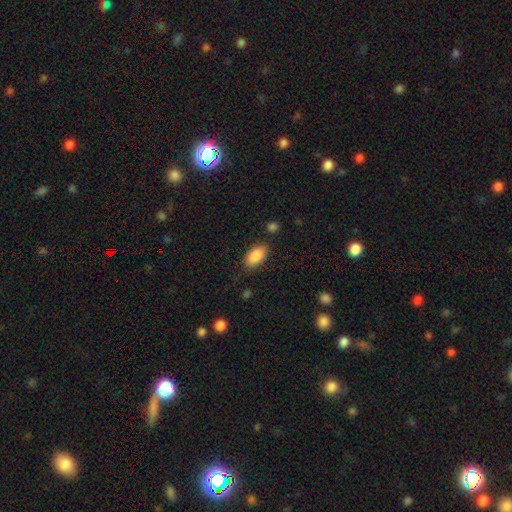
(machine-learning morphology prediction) Smooth or featured: smooth — 85% (featured or disk — 8%)
How rounded: in between — 92% (round — 4%)
Merging: none — 83% (minor disturbance — 12%)